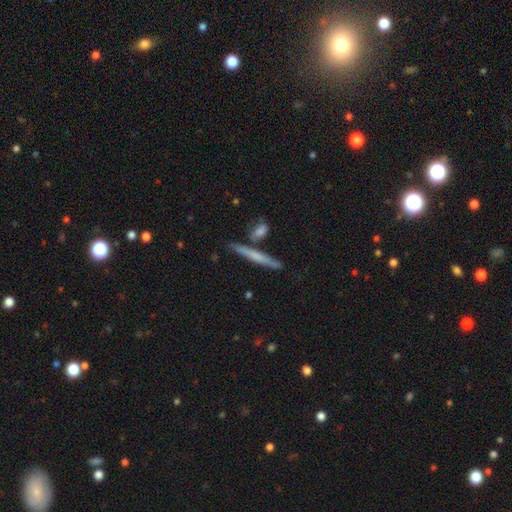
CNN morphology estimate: A smooth galaxy with no disk features (49%).

Vote fractions:
- Smooth or featured? smooth: 49% / featured or disk: 45% / star or artifact: 6%
- Merging? none: 79% / minor disturbance: 10% / merger: 8% / major disturbance: 2%